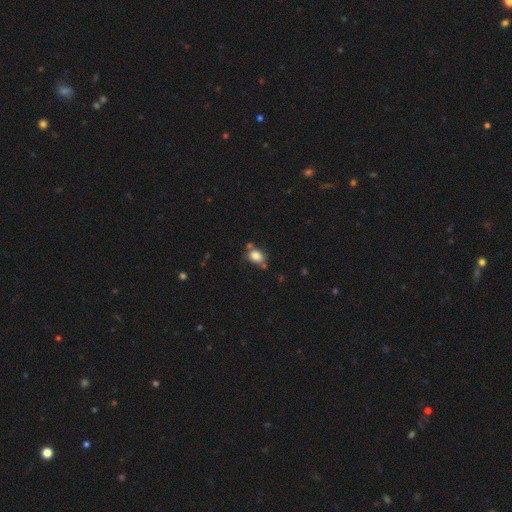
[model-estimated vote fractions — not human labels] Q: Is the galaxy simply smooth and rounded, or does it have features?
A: smooth — 82%.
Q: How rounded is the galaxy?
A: in between — 68%.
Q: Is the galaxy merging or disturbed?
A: none — 60%.